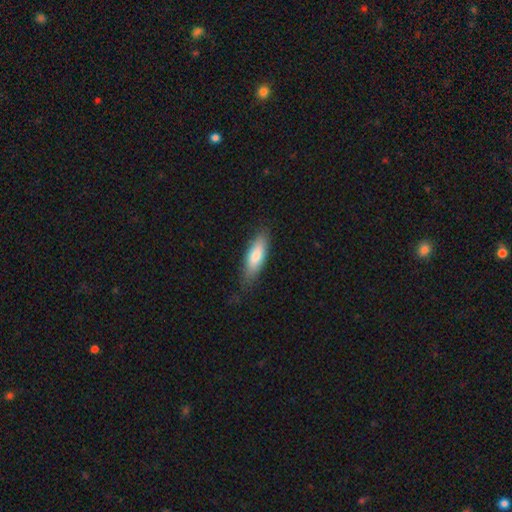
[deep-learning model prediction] Smooth or featured: smooth — 76% (featured or disk — 18%)
How rounded: in between — 50% (cigar-shaped — 48%)
Merging: none — 77% (minor disturbance — 19%)